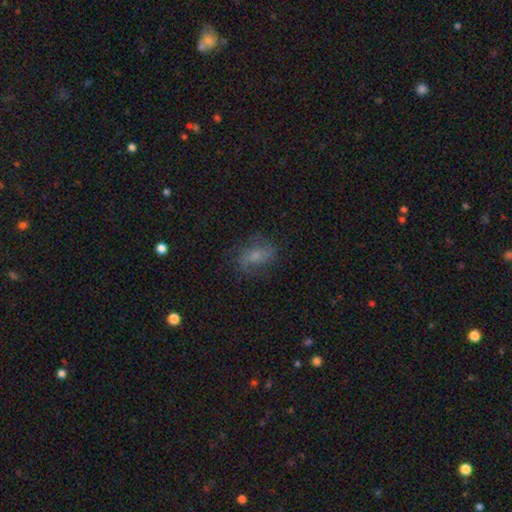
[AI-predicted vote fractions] Morphology: type=smooth (51%); roundness=in between (75%); merging=none (64%).